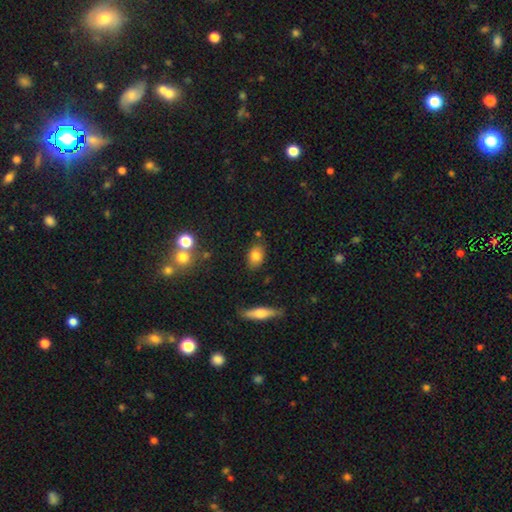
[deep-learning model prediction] Smooth or featured? smooth (79%)
How rounded? in between (82%)
Merging? none (81%)